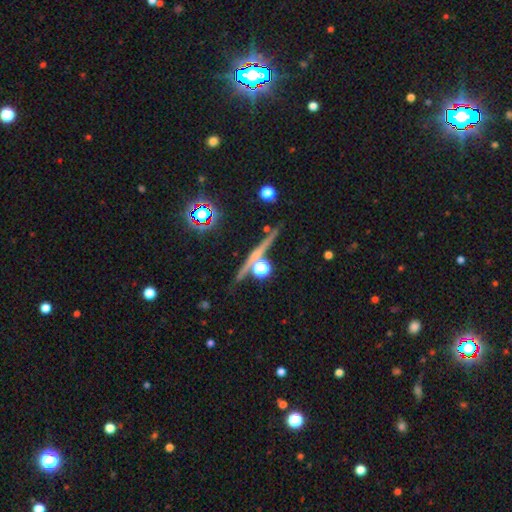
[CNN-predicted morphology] Q: Smooth or featured?
A: featured or disk (51%); runner-up: star or artifact (26%)
Q: Edge-on disk?
A: yes (94%); runner-up: no (6%)
Q: Merging?
A: none (83%); runner-up: minor disturbance (8%)